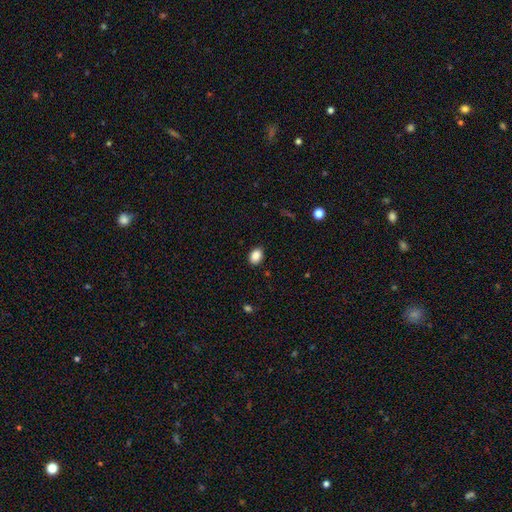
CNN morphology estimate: type=smooth (88%); roundness=in between (72%); merging=none (88%).